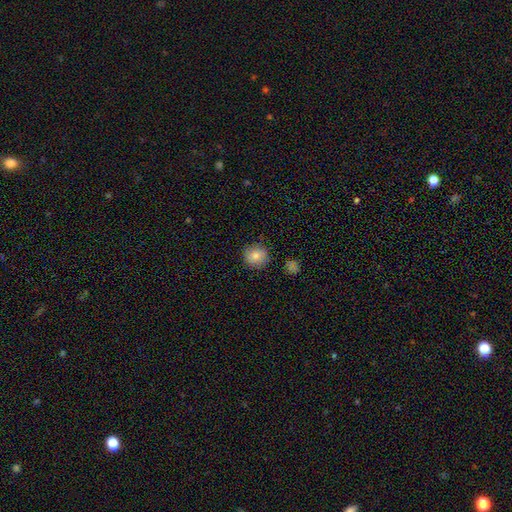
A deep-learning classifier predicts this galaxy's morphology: A smooth galaxy with no disk features (78%) that is round (88%).

Vote fractions:
- Smooth or featured? smooth: 78% / featured or disk: 11% / star or artifact: 11%
- How rounded? round: 88% / in between: 11% / cigar-shaped: 1%
- Merging? none: 86% / minor disturbance: 10% / major disturbance: 2% / merger: 2%